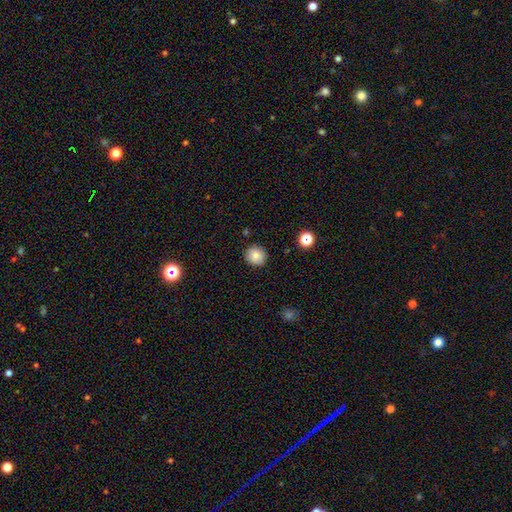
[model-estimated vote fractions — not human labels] The model was most divided on "smooth or featured": smooth: 84%, star or artifact: 10%, featured or disk: 6%. More confident: how rounded — round (92%); merging — none (89%).